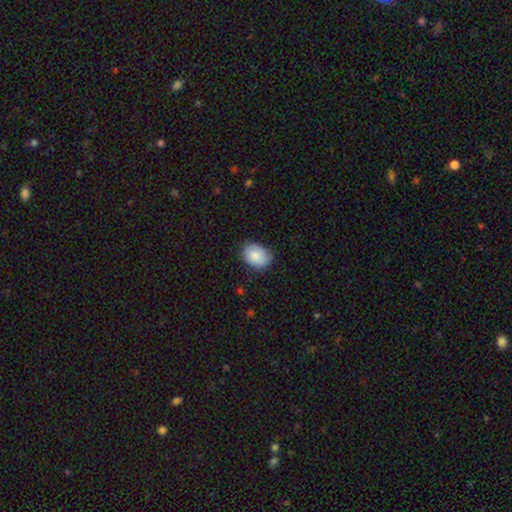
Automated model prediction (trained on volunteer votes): Smooth or featured: smooth — 79% (featured or disk — 14%)
How rounded: in between — 70% (round — 29%)
Merging: none — 72% (minor disturbance — 23%)